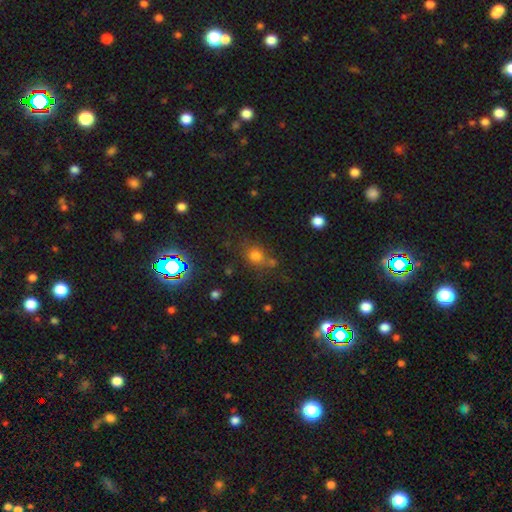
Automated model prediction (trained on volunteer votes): Smooth or featured?
  - smooth: 70% *
  - star or artifact: 20%
  - featured or disk: 10%
How rounded?
  - round: 64% *
  - in between: 34%
  - cigar-shaped: 2%
Merging?
  - none: 61% *
  - minor disturbance: 16%
  - merger: 15%
  - major disturbance: 8%